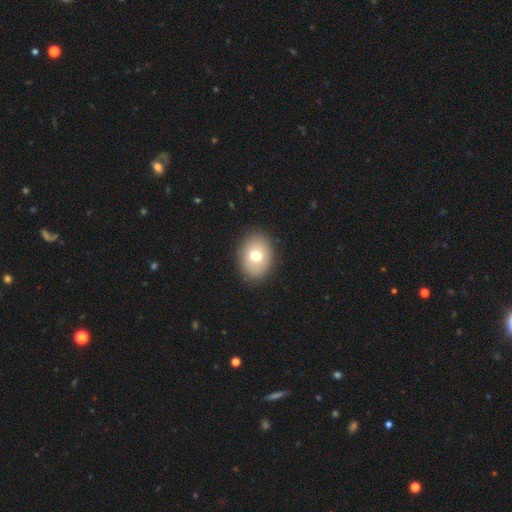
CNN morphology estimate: Smooth or featured? Predicted: smooth (p=0.72). How rounded? Predicted: in between (p=0.63). Merging? Predicted: none (p=0.87).